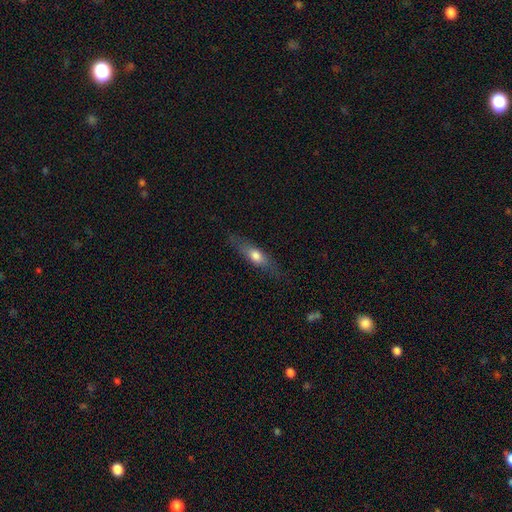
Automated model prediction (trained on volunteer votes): smooth_or_featured: smooth (p=0.59) [alt: featured or disk p=0.34]
how_rounded: cigar-shaped (p=0.59) [alt: in between p=0.38]
merging: none (p=0.79) [alt: minor disturbance p=0.15]